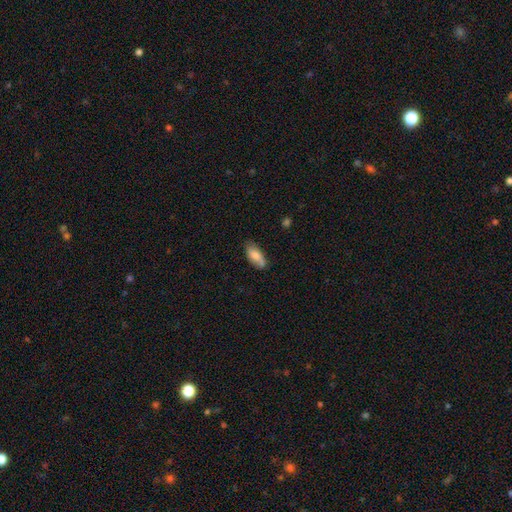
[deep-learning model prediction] The model was most divided on "merging": none: 68%, minor disturbance: 23%, merger: 4%, major disturbance: 4%. More confident: how rounded — in between (85%); smooth or featured — smooth (77%).